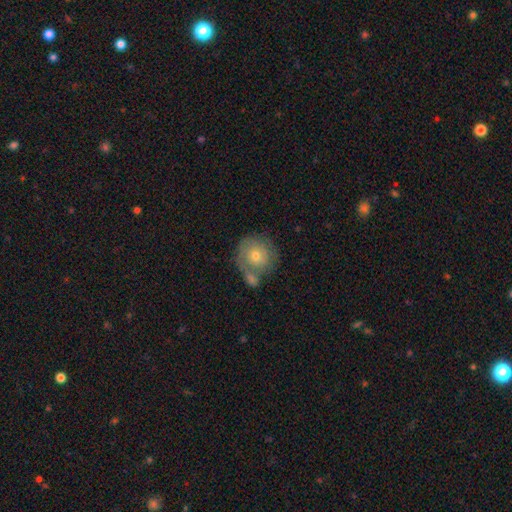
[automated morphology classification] A smooth galaxy with no disk features (60%) that is round (88%). Merging: none (44%).